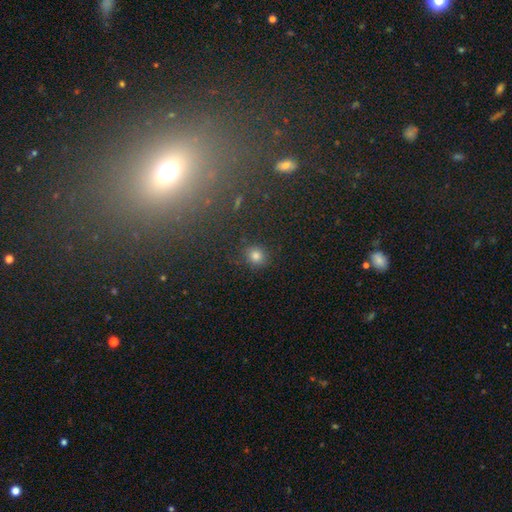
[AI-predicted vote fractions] Smooth or featured? smooth (78%)
How rounded? round (85%)
Merging? none (86%)